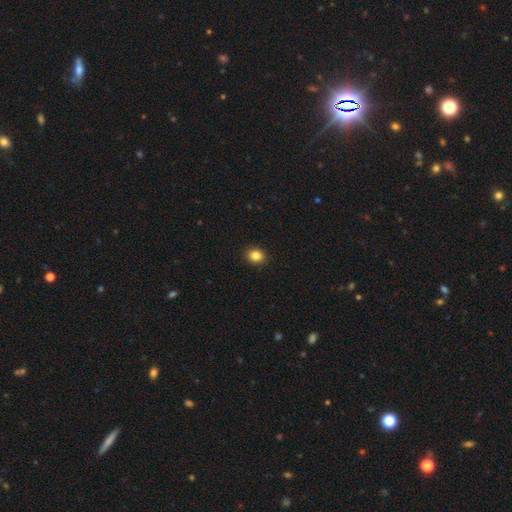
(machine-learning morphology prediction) The model was most divided on "how rounded": round: 62%, in between: 37%, cigar-shaped: 1%. More confident: merging — none (92%); smooth or featured — smooth (84%).